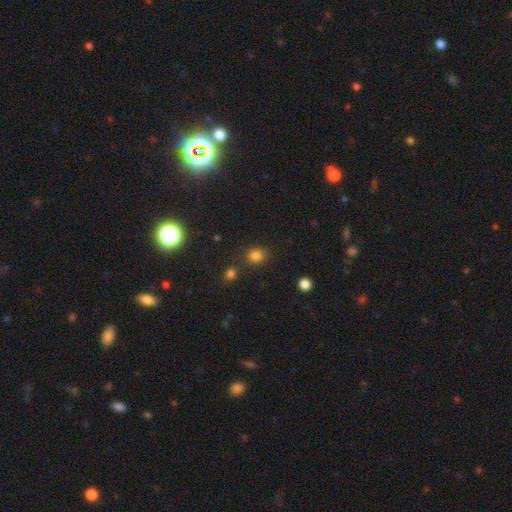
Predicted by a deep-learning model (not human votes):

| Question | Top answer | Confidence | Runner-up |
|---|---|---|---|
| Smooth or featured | smooth | 80% | star or artifact (15%) |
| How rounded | round | 75% | in between (24%) |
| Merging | none | 78% | minor disturbance (10%) |